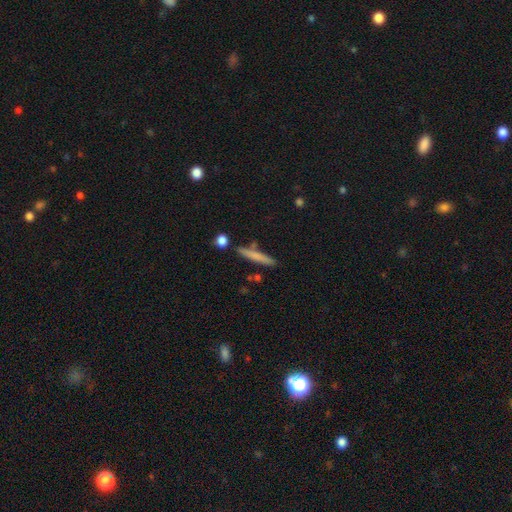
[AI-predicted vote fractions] Smooth or featured?
  - smooth: 70% *
  - featured or disk: 24%
  - star or artifact: 6%
How rounded?
  - cigar-shaped: 93% *
  - in between: 5%
  - round: 2%
Merging?
  - none: 80% *
  - minor disturbance: 11%
  - merger: 6%
  - major disturbance: 3%